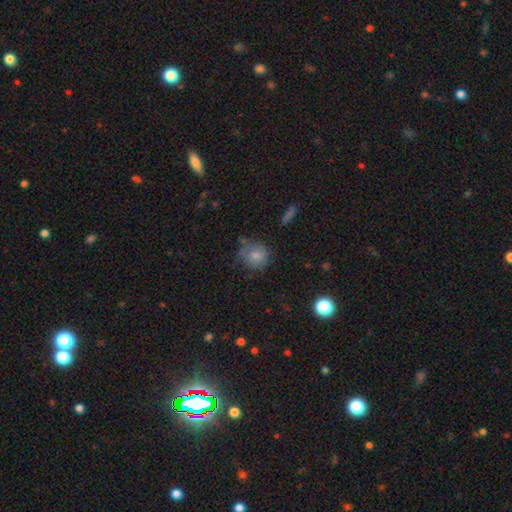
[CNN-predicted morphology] smooth 73%, featured or disk 16%, star or artifact 11%. Down the decision tree: how rounded — round (79%); merging — none (55%).